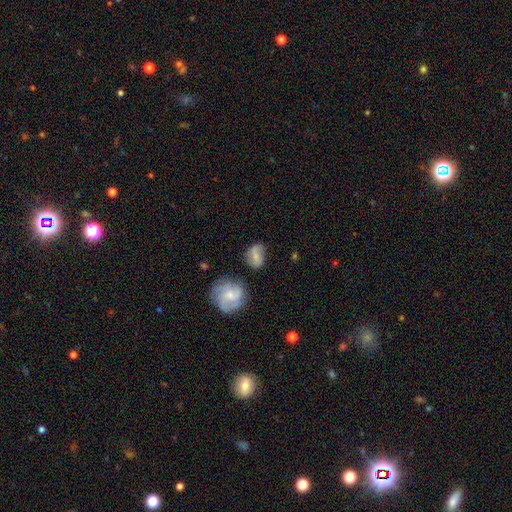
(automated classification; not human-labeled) Overall: smooth (47%; featured or disk 44%). Merging: none (57%; minor disturbance 24%).